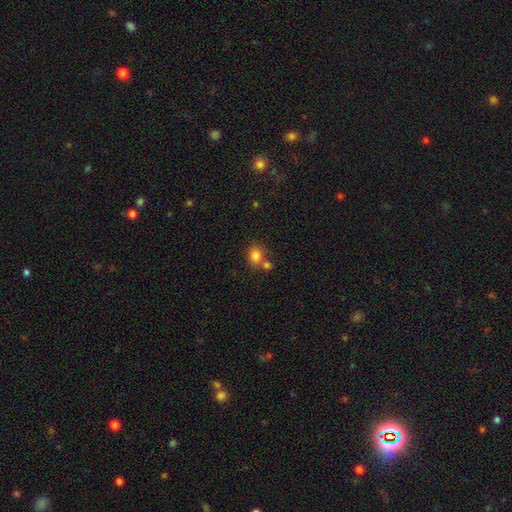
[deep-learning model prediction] This is clearly a smooth galaxy (81%). How rounded: likely round (60%). Merging: possibly none (54%).